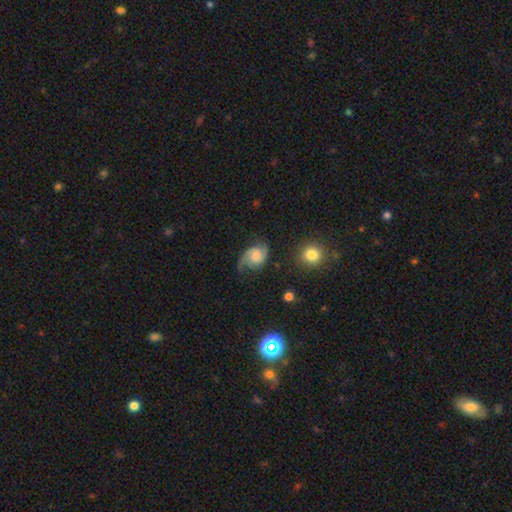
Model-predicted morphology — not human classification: featured or disk 62%, smooth 29%, star or artifact 8%. Down the decision tree: edge-on disk — no (97%); bar — no (63%); spiral arms — yes (93%); spiral arm count — 2 (69%); spiral winding — medium (44%); bulge size — moderate (36%); merging — none (50%).